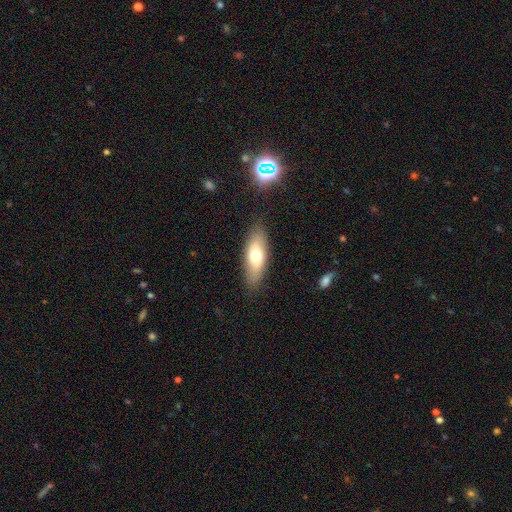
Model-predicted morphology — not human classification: type=smooth (65%); roundness=in between (71%); merging=none (84%).